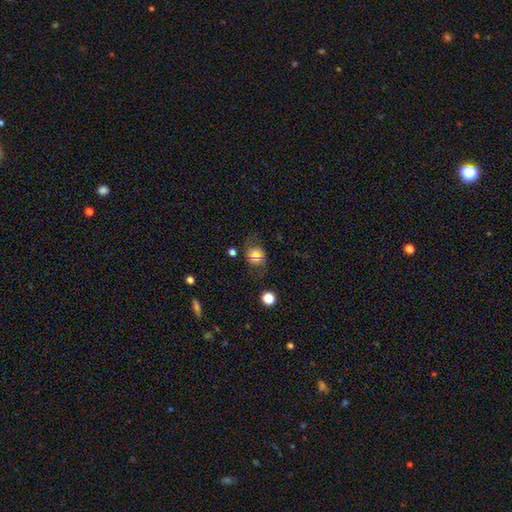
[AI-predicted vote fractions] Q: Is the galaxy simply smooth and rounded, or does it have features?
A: smooth — 65%.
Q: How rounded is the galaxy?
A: round — 67%.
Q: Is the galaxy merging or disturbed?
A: none — 63%.